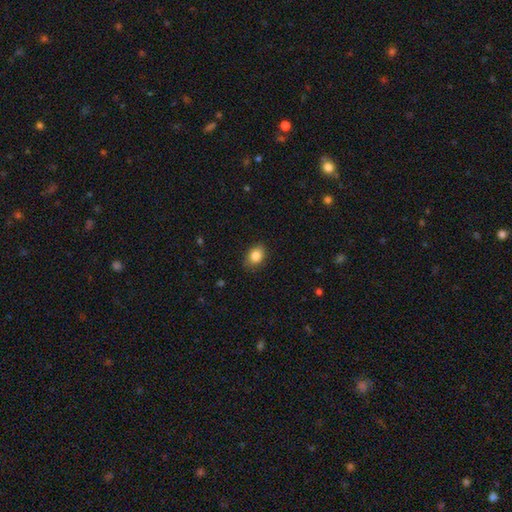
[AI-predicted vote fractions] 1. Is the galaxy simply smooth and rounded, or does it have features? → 85% smooth, 9% star or artifact, 6% featured or disk.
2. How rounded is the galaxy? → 71% in between, 28% round, 1% cigar-shaped.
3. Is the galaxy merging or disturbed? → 83% none, 14% minor disturbance, 3% major disturbance, 1% merger.